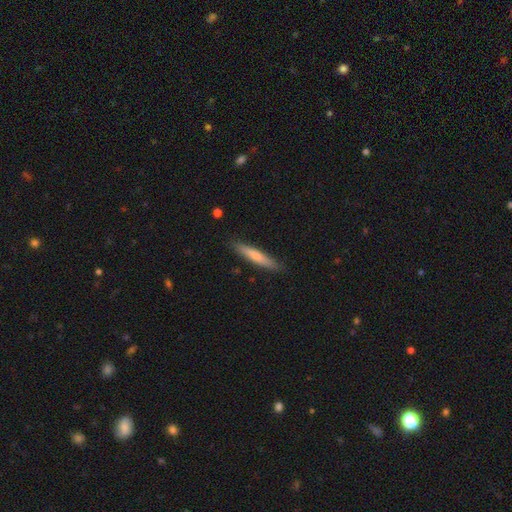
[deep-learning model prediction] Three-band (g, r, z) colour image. It shows a smooth galaxy with no disk features (71%) that is cigar-shaped (92%). Merging: none (88%).